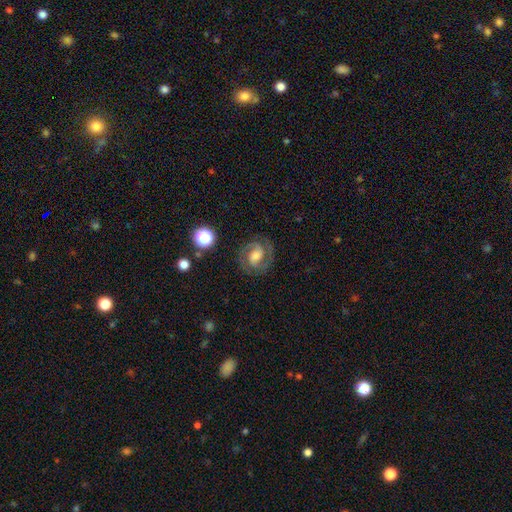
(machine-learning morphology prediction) This appears to be a featured or disk galaxy (83%) with a weak bar (45%), 2 (91%) tight (47%) spiral arms (97%) and a moderate central bulge (44%). Merging: none (83%).